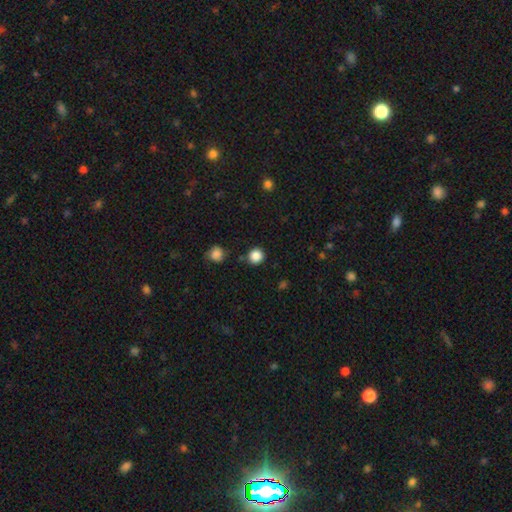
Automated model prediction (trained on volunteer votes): Smooth or featured? Predicted: smooth (p=0.86). How rounded? Predicted: round (p=0.93). Merging? Predicted: none (p=0.86).